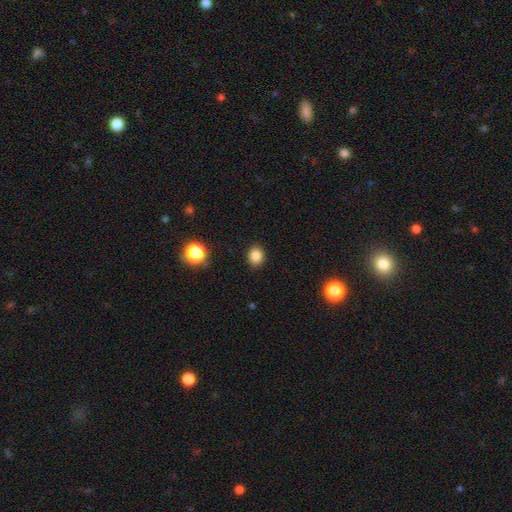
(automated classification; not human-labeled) Q: Smooth or featured?
A: smooth (84%); runner-up: star or artifact (11%)
Q: How rounded?
A: round (64%); runner-up: in between (35%)
Q: Merging?
A: none (90%); runner-up: minor disturbance (7%)